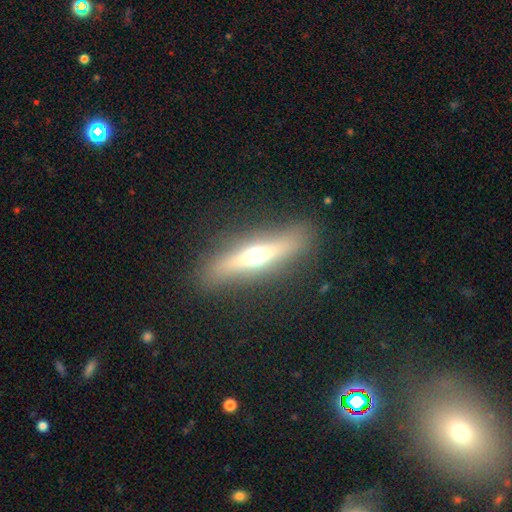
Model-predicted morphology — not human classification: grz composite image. It shows a featured or disk galaxy (57%) viewed edge-on (86%). Merging: none (87%).